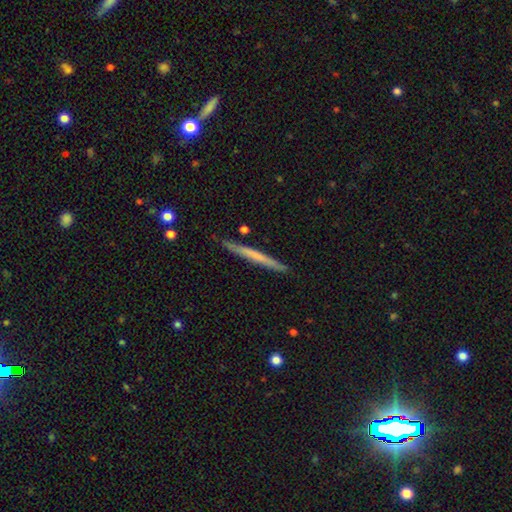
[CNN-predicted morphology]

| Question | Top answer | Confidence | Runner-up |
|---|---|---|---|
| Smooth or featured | smooth | 53% | featured or disk (42%) |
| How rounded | cigar-shaped | 97% | in between (2%) |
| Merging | none | 89% | minor disturbance (8%) |